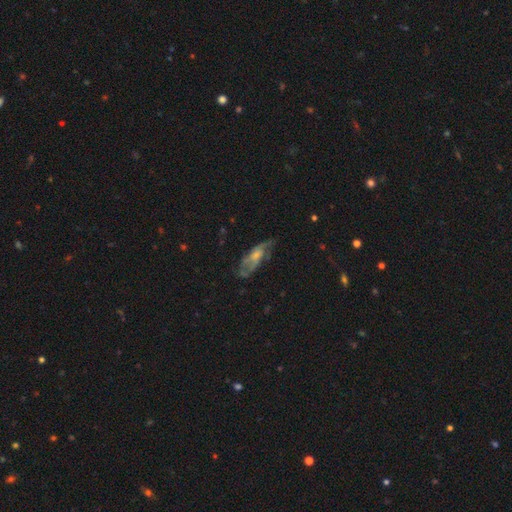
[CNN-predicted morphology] Smooth or featured? Predicted: featured or disk (p=0.60). Edge-on disk? Predicted: no (p=0.87). Bar? Predicted: no (p=0.74). Spiral arms? Predicted: yes (p=0.64). Bulge size? Predicted: small (p=0.56). Merging? Predicted: none (p=0.45).